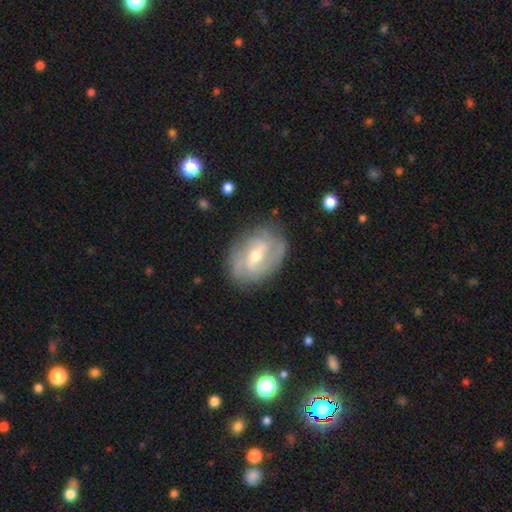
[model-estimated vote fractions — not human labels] smooth_or_featured: featured or disk (p=0.78) [alt: smooth p=0.16]
disk_edge_on: no (p=0.95) [alt: yes p=0.05]
bar: weak (p=0.50) [alt: strong p=0.25]
has_spiral_arms: yes (p=0.88) [alt: no p=0.12]
spiral_winding: medium (p=0.41) [tied with: tight p=0.41]
spiral_arm_count: 2 (p=0.56) [alt: can't tell p=0.22]
bulge_size: moderate (p=0.61) [alt: small p=0.35]
merging: none (p=0.77) [alt: minor disturbance p=0.16]